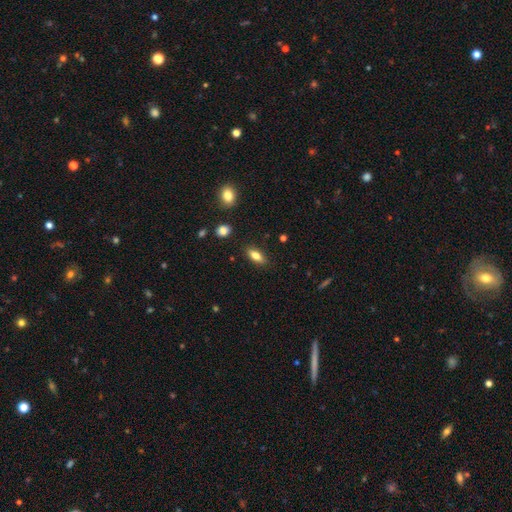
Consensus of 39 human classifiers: A smooth galaxy with no disk features (77%) that is in between round and cigar-shaped (77%).

Vote fractions:
- Smooth or featured? smooth: 77% / featured or disk: 13% / star or artifact: 10%
- How rounded? in between: 77% / cigar-shaped: 20% / round: 3%
- Merging? none: 91% / minor disturbance: 6% / major disturbance: 3% / merger: 0%